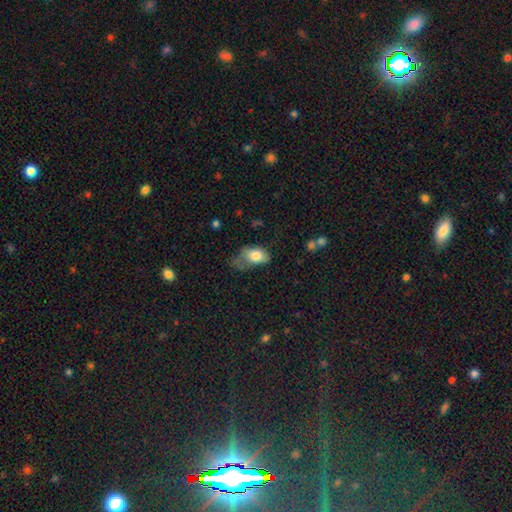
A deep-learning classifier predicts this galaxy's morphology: The model was most divided on "merging": minor disturbance: 36%, major disturbance: 35%, none: 25%, merger: 4%. More confident: how rounded — in between (86%); smooth or featured — smooth (77%).